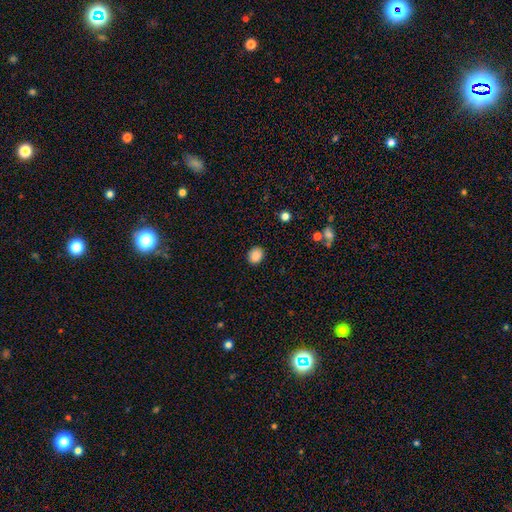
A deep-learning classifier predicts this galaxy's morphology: This appears to be a smooth galaxy with no disk features (87%) that is round (61%). Merging: none (89%).